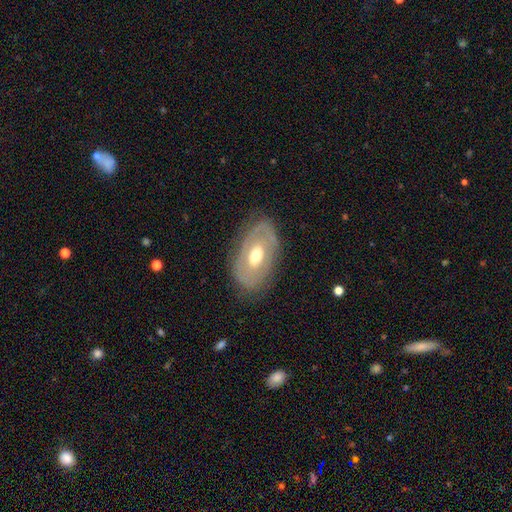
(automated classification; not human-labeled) This appears to be a featured or disk galaxy (60%) with no bar (67%), no spiral arms (71%) and a moderate central bulge (72%). Merging: none (77%).